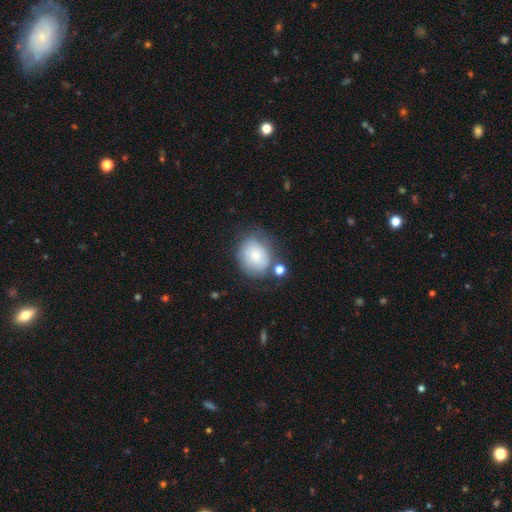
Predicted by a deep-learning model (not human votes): A smooth galaxy with no disk features (66%) that is round (60%). Merging: none (56%).